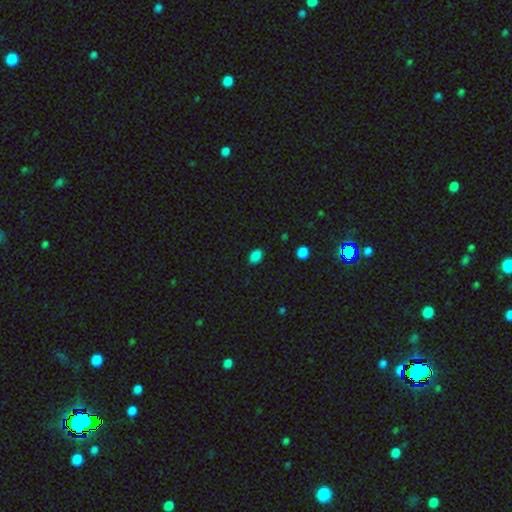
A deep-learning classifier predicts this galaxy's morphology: A smooth galaxy with no disk features (85%) that is in between round and cigar-shaped (76%). Merging: none (85%).